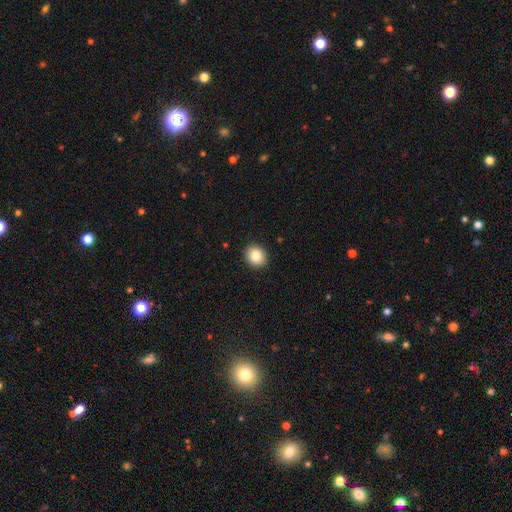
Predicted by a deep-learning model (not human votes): This appears to be a smooth galaxy with no disk features (85%) that is round (64%). Merging: none (91%).